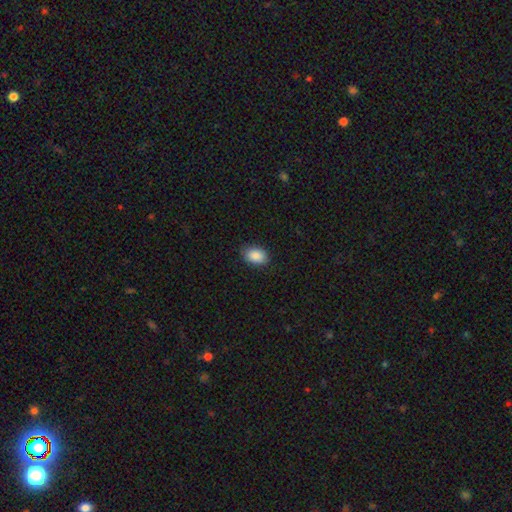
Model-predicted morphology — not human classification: smooth 89%, star or artifact 7%, featured or disk 4%. Down the decision tree: how rounded — in between (85%); merging — none (87%).